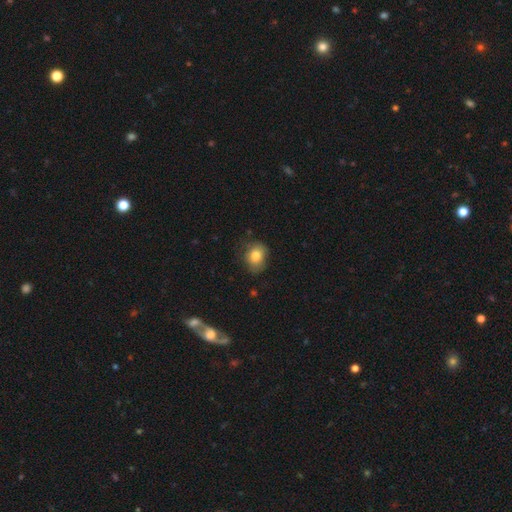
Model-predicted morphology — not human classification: Smooth or featured? smooth (80%)
How rounded? round (54%)
Merging? none (69%)